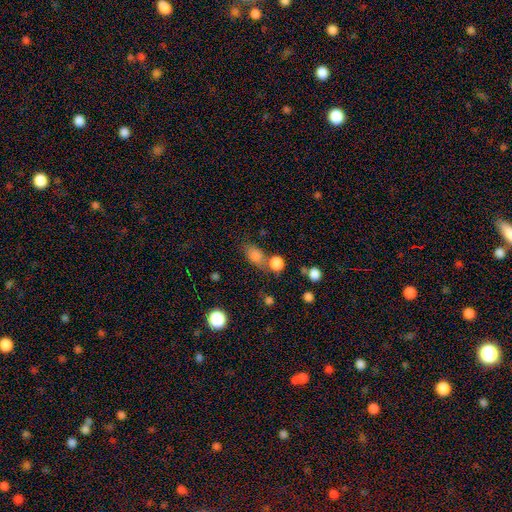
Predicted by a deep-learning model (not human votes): This appears to be a smooth galaxy with no disk features (80%) that is in between round and cigar-shaped (69%). Merging: none (54%).